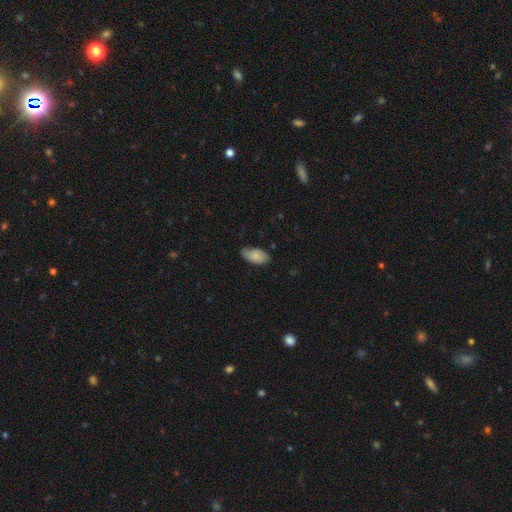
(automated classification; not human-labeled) The model was most divided on "merging": none: 67%, minor disturbance: 27%, major disturbance: 4%, merger: 1%. More confident: how rounded — in between (94%); smooth or featured — smooth (79%).